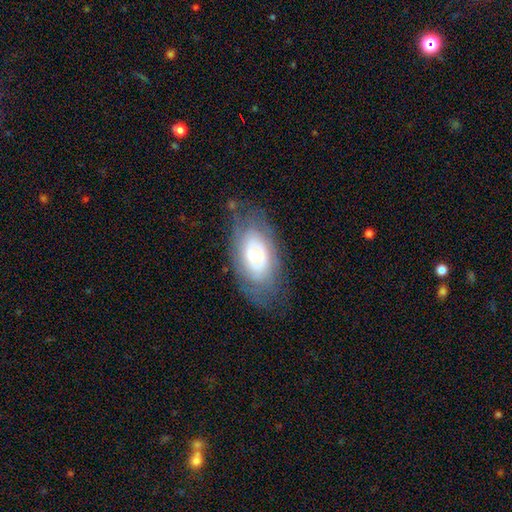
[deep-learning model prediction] A featured or disk galaxy (61%) with no bar (59%), spiral arms (56%) and a moderate central bulge (58%). Merging: none (71%).